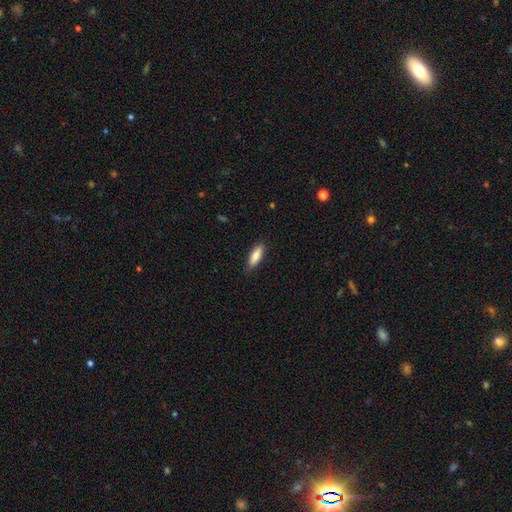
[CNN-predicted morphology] The model was most divided on "how rounded": in between: 50%, cigar-shaped: 48%, round: 2%. More confident: merging — none (85%); smooth or featured — smooth (82%).